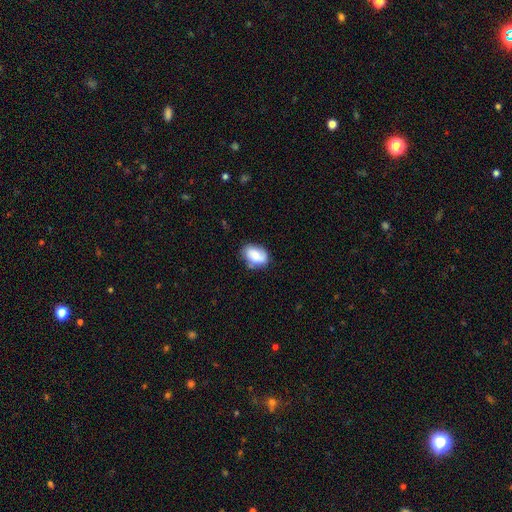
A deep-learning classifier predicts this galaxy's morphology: smooth-or-featured: smooth: 70% | featured or disk: 22% | star or artifact: 8%
  how-rounded: in between: 83% | round: 16% | cigar-shaped: 1%
  merging: none: 63% | minor disturbance: 27% | major disturbance: 7% | merger: 3%